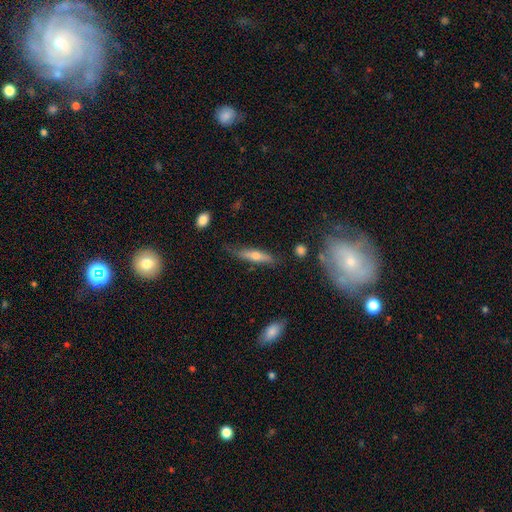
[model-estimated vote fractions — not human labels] Smooth or featured: featured or disk — 48% (smooth — 45%)
Merging: none — 76% (minor disturbance — 17%)